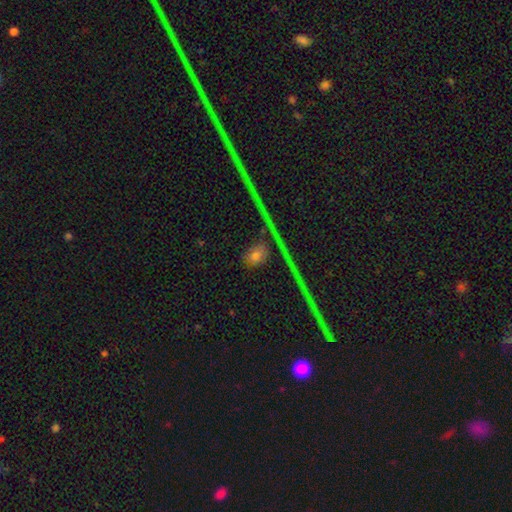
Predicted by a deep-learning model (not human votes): Smooth or featured: smooth — 67% (star or artifact — 20%)
How rounded: in between — 54% (round — 43%)
Merging: none — 78% (minor disturbance — 11%)